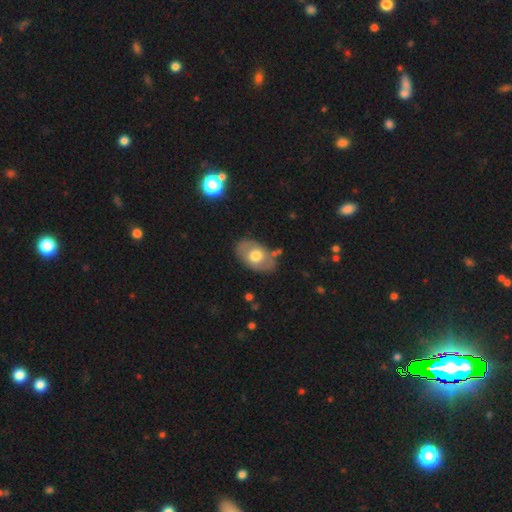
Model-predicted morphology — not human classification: A smooth galaxy with no disk features (59%) that is in between round and cigar-shaped (85%). Merging: none (76%).